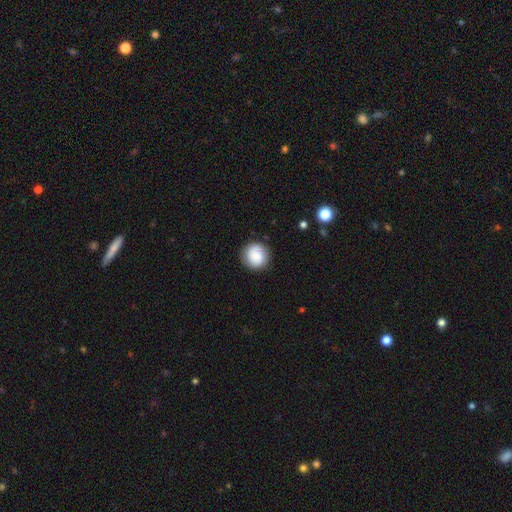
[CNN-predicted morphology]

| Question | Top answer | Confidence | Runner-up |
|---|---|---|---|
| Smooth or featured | smooth | 72% | featured or disk (20%) |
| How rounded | round | 92% | in between (7%) |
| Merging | none | 87% | minor disturbance (10%) |